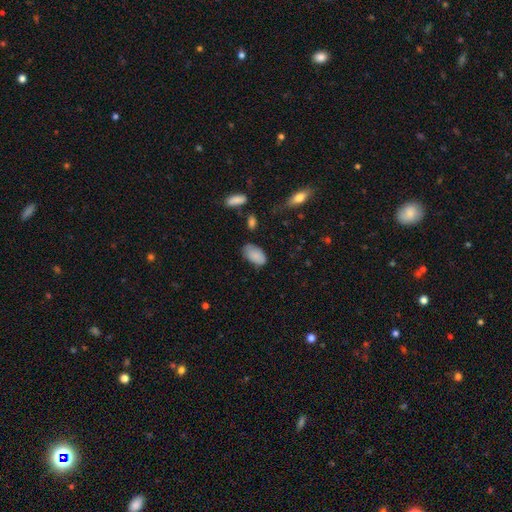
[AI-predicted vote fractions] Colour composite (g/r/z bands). It shows a smooth galaxy with no disk features (85%) that is in between round and cigar-shaped (94%). Merging: none (67%).